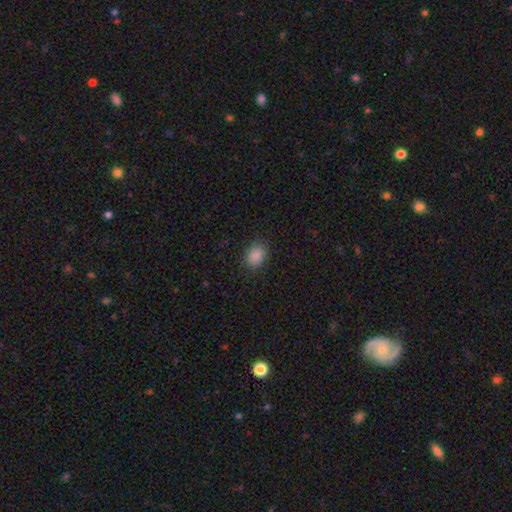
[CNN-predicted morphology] Smooth or featured? Predicted: smooth (p=0.88). How rounded? Predicted: in between (p=0.65). Merging? Predicted: none (p=0.87).